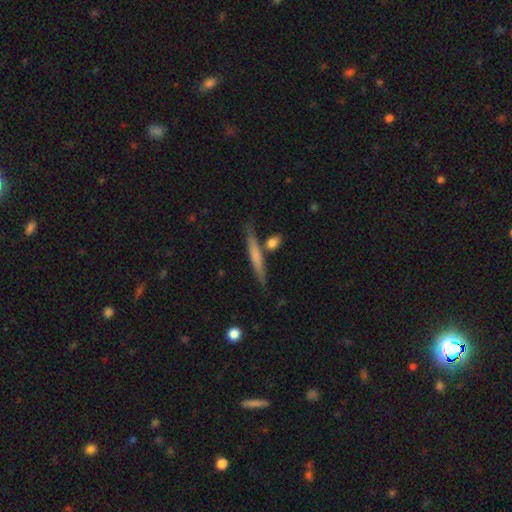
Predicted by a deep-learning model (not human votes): This is possibly a smooth galaxy (56%). How rounded: clearly cigar-shaped (93%). Merging: likely none (79%).